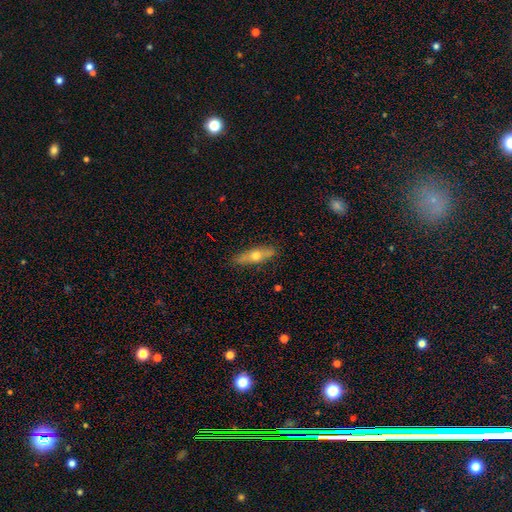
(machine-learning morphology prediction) A featured or disk galaxy (48%). Merging: none (86%).